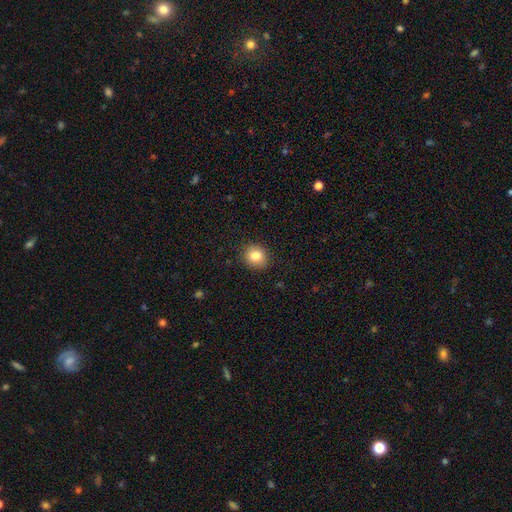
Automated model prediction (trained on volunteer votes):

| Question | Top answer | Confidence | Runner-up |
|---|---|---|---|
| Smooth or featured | smooth | 83% | star or artifact (10%) |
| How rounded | round | 76% | in between (23%) |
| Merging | none | 89% | minor disturbance (8%) |